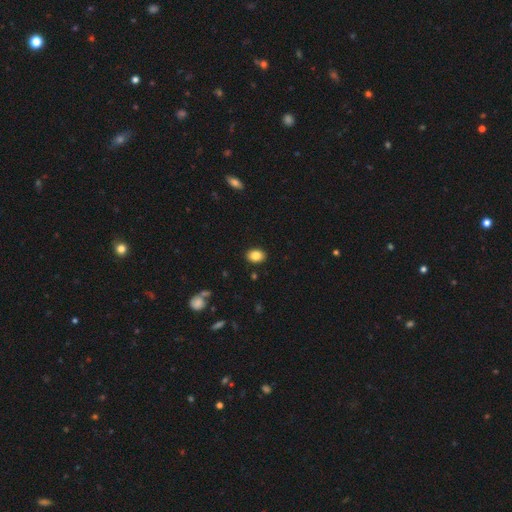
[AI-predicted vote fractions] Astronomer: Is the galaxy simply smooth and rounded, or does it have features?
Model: smooth — 84%.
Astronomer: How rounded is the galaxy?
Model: in between — 62%.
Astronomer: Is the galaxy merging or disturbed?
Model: none — 90%.